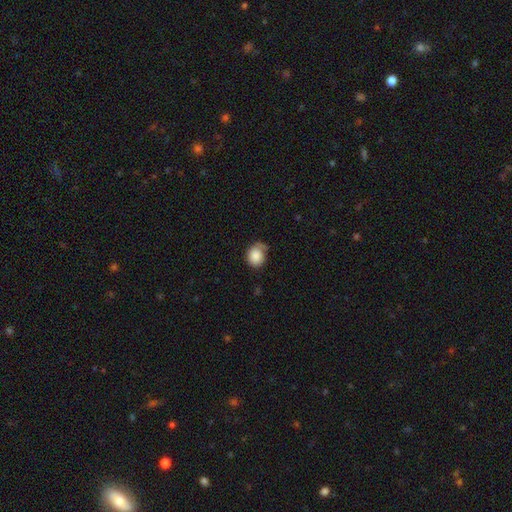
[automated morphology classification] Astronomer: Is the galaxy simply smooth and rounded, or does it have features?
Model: smooth — 85%.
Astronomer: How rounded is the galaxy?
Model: round — 67%.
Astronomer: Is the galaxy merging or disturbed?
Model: none — 52% (runner-up: minor disturbance, 32%).